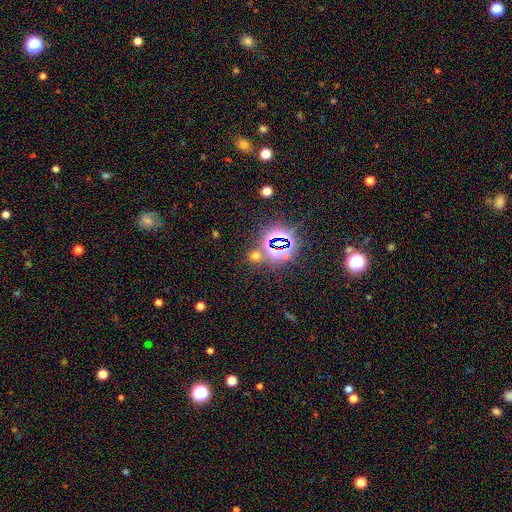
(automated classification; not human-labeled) A star or artifact, not a galaxy (56%).

Vote fractions:
- Smooth or featured? star or artifact: 56% / smooth: 38% / featured or disk: 7%